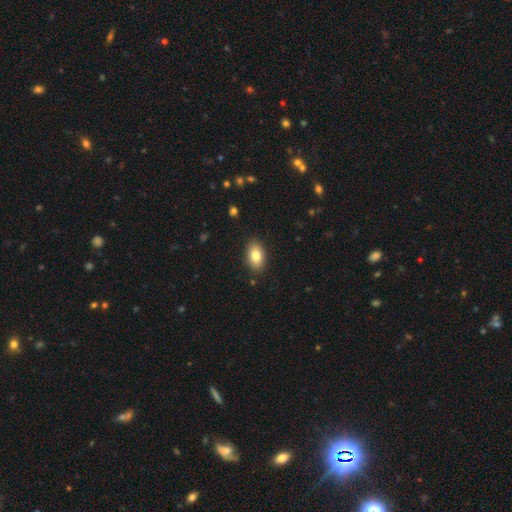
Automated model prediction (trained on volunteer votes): The model was most divided on "smooth or featured": smooth: 82%, featured or disk: 11%, star or artifact: 7%. More confident: how rounded — in between (91%); merging — none (88%).